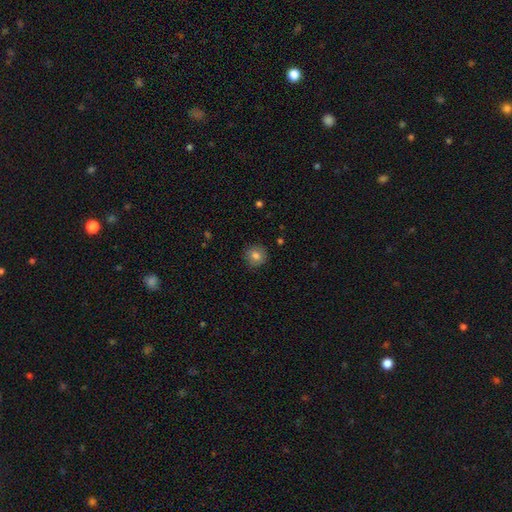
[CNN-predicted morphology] Smooth or featured: smooth — 81% (star or artifact — 10%)
How rounded: round — 90% (in between — 9%)
Merging: none — 88% (minor disturbance — 8%)